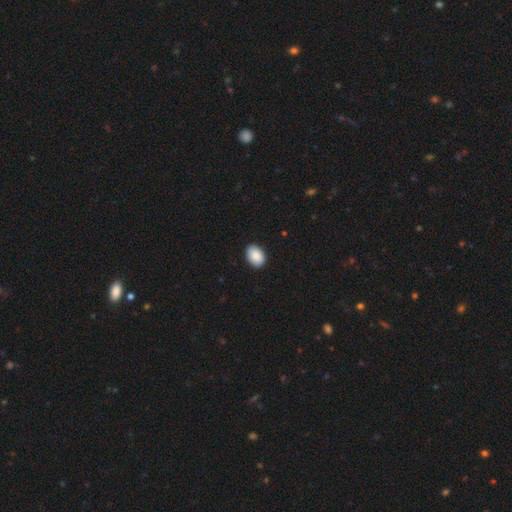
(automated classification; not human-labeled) Overall: smooth (89%). How rounded: in between (83%). Merging: none (90%).